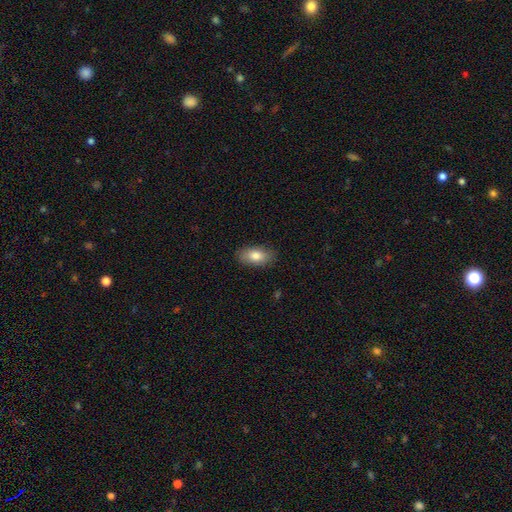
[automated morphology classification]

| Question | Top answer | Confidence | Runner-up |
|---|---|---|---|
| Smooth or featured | smooth | 82% | featured or disk (11%) |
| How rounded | in between | 91% | round (6%) |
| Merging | none | 86% | minor disturbance (11%) |